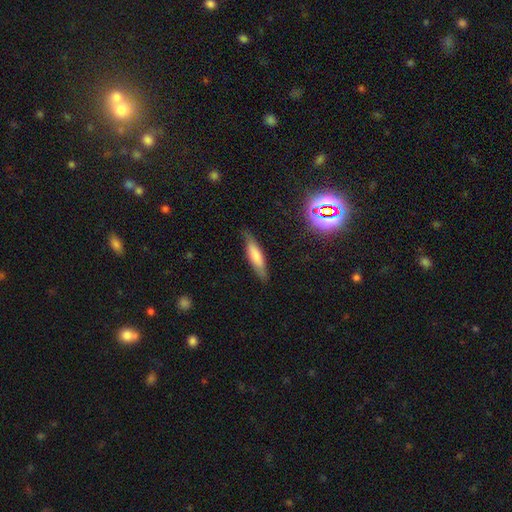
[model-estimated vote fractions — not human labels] smooth_or_featured: smooth (p=0.69) [alt: featured or disk p=0.24]
how_rounded: cigar-shaped (p=0.72) [alt: in between p=0.27]
merging: none (p=0.79) [alt: minor disturbance p=0.17]